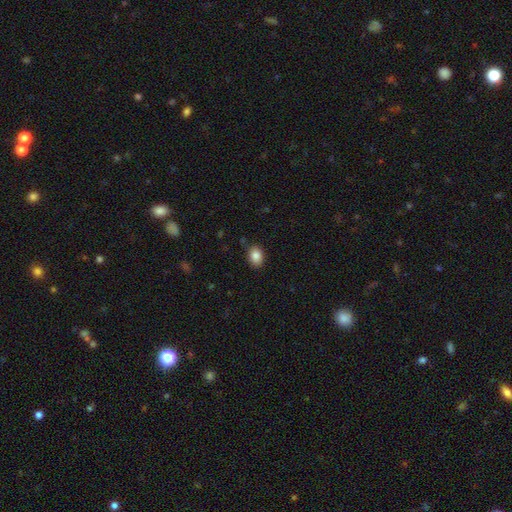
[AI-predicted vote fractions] Overall: smooth (86%). How rounded: in between (73%). Merging: none (86%).